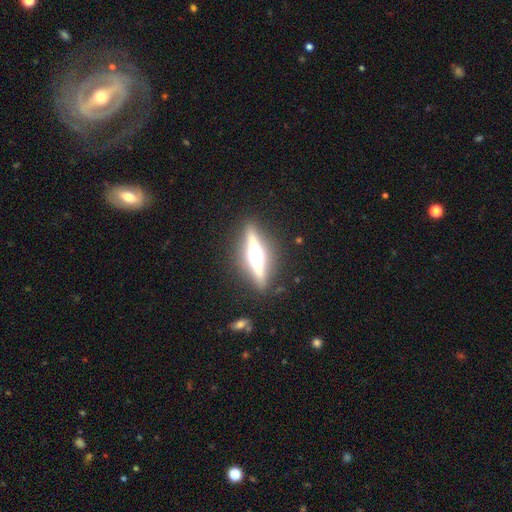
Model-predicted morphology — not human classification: featured or disk 78%, smooth 14%, star or artifact 8%. Down the decision tree: edge-on disk — yes (96%); edge-on bulge — rounded (92%); merging — none (88%).